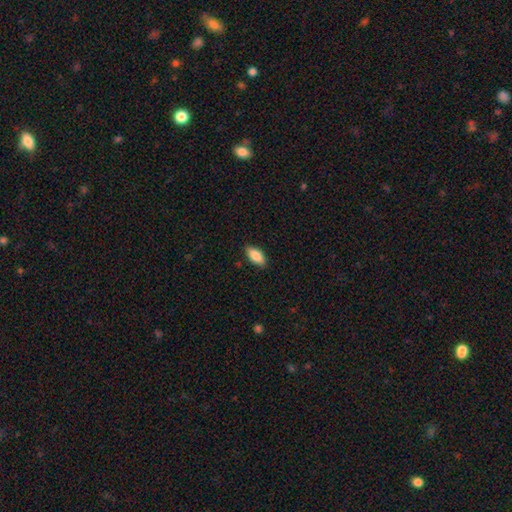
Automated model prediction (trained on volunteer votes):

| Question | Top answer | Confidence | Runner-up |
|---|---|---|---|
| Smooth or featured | smooth | 85% | featured or disk (9%) |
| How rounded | in between | 87% | cigar-shaped (11%) |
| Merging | none | 87% | minor disturbance (10%) |